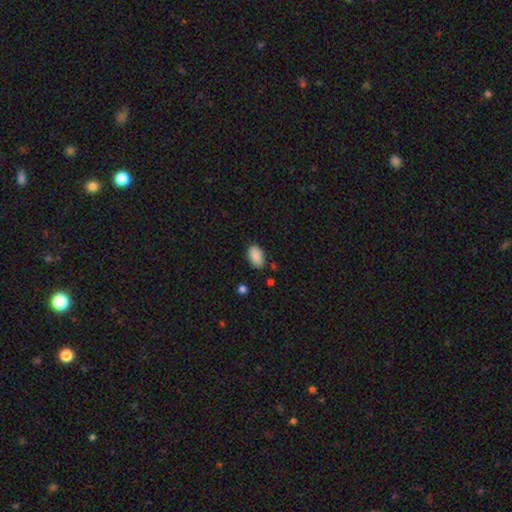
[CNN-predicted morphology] A smooth galaxy with no disk features (89%) that is in between round and cigar-shaped (93%). Merging: none (83%).